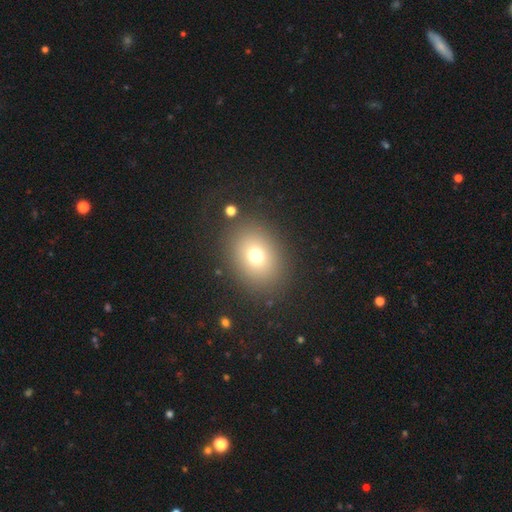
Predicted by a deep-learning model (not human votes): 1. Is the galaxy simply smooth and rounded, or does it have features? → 72% smooth, 16% star or artifact, 12% featured or disk.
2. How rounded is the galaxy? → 51% round, 48% in between, 1% cigar-shaped.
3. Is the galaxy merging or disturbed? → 85% none, 8% minor disturbance, 5% major disturbance, 2% merger.